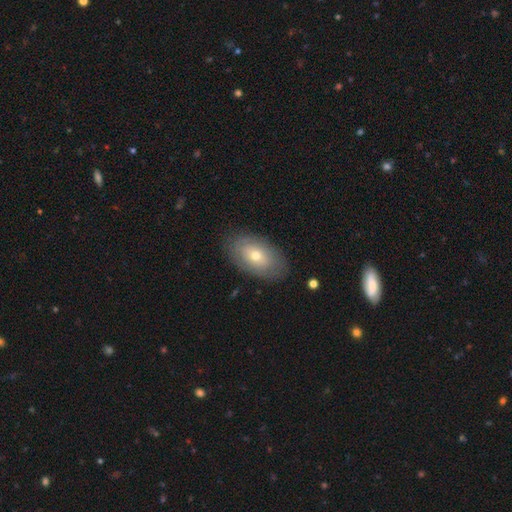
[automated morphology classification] Overall: smooth (58%; featured or disk 35%). How rounded: in between (91%). Merging: none (83%).